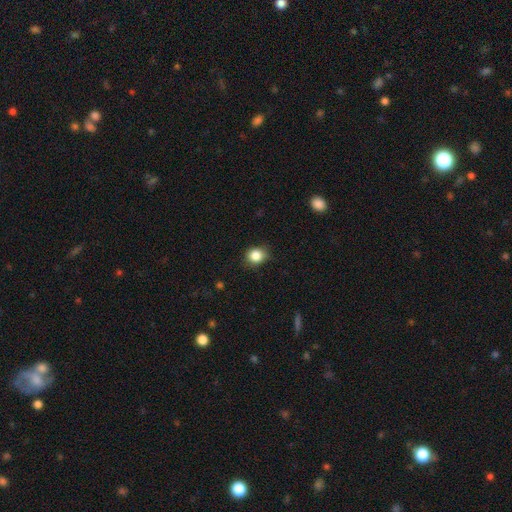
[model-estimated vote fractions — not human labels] Smooth or featured? smooth (85%)
How rounded? round (73%)
Merging? none (80%)